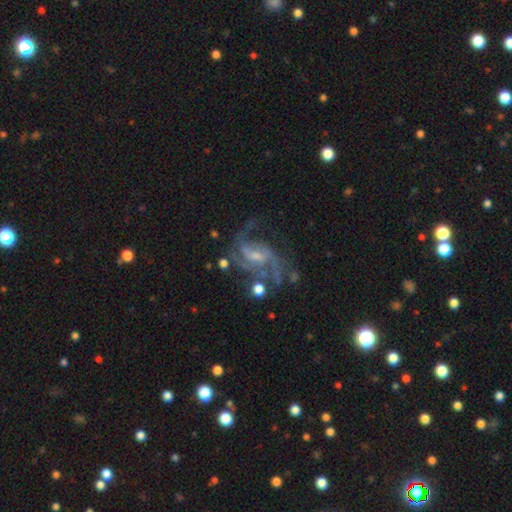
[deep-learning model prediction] Smooth or featured? Predicted: featured or disk (p=0.84). Edge-on disk? Predicted: no (p=0.97). Bar? Predicted: weak (p=0.53). Spiral arms? Predicted: yes (p=0.91). Spiral winding? Predicted: medium (p=0.46). Spiral arm count? Predicted: 2 (p=0.41). Bulge size? Predicted: small (p=0.51). Merging? Predicted: none (p=0.44).